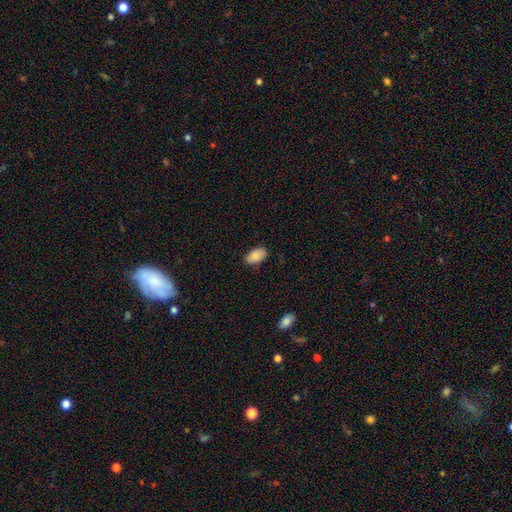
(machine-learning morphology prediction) type=smooth (87%); roundness=in between (95%); merging=none (83%).